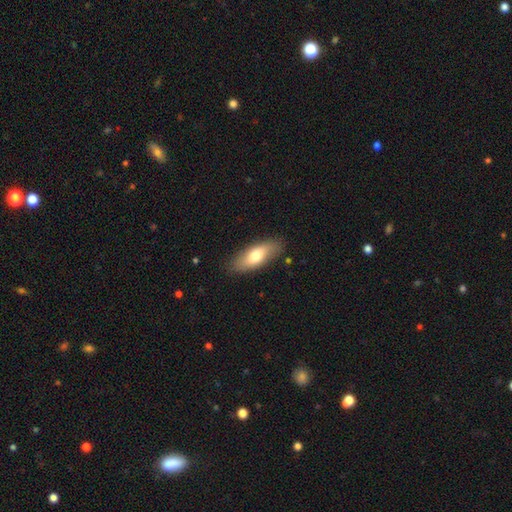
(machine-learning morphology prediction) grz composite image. It shows a smooth galaxy with no disk features (70%) that is in between round and cigar-shaped (73%). Merging: none (85%).